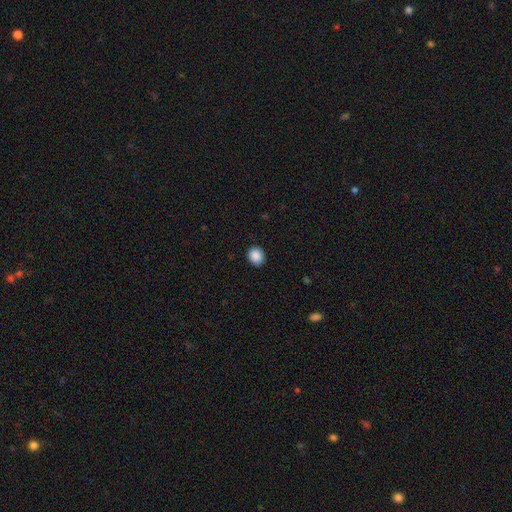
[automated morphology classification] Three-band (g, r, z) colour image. It shows a smooth galaxy with no disk features (89%) that is round (73%). Merging: none (91%).